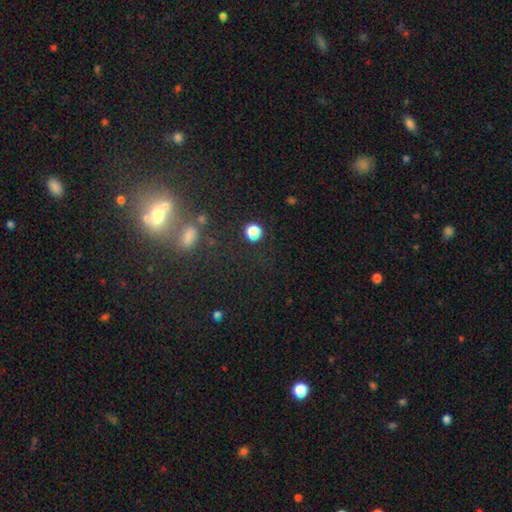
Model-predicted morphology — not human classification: The model was most divided on "smooth or featured": smooth: 44%, star or artifact: 38%, featured or disk: 18%. Remaining: merging — merger (47%).